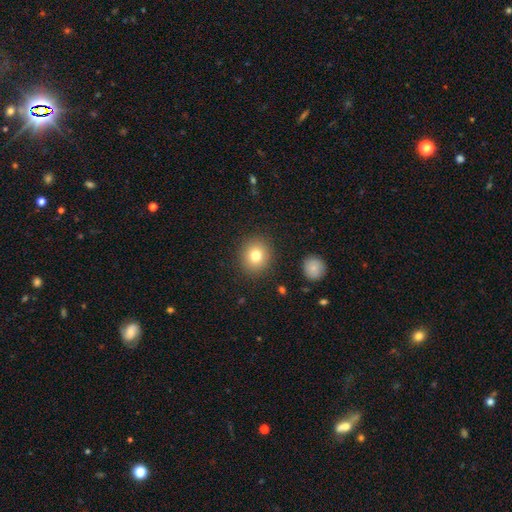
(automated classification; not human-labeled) This is likely a smooth galaxy (77%). How rounded: clearly round (82%). Merging: clearly none (88%).